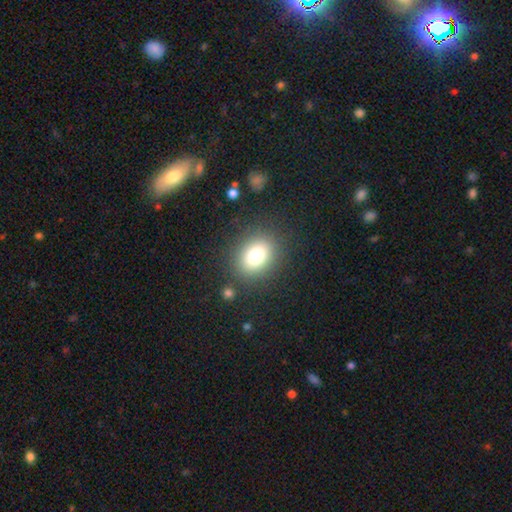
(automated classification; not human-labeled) Smooth or featured?
  - smooth: 78% *
  - star or artifact: 12%
  - featured or disk: 10%
How rounded?
  - in between: 52% *
  - round: 47%
  - cigar-shaped: 1%
Merging?
  - none: 85% *
  - minor disturbance: 9%
  - major disturbance: 4%
  - merger: 2%